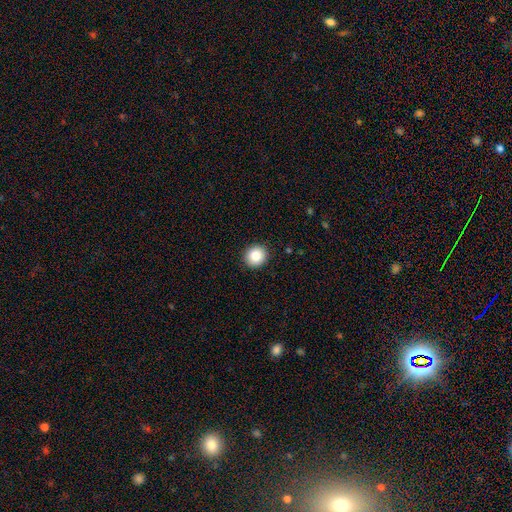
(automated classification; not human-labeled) The model was most divided on "smooth or featured": smooth: 85%, star or artifact: 9%, featured or disk: 6%. More confident: merging — none (92%); how rounded — round (90%).